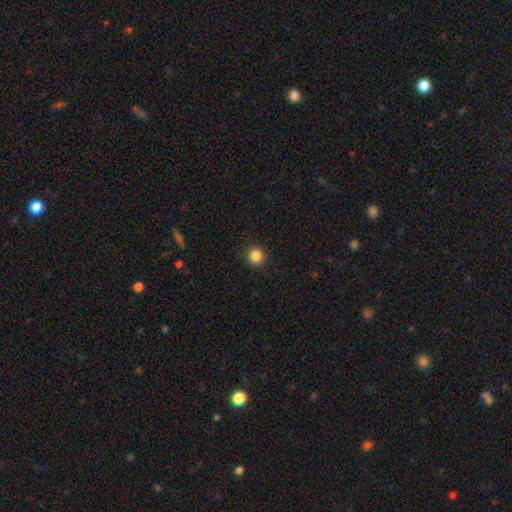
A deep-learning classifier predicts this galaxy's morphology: Smooth or featured? Predicted: smooth (p=0.86). How rounded? Predicted: round (p=0.94). Merging? Predicted: none (p=0.91).